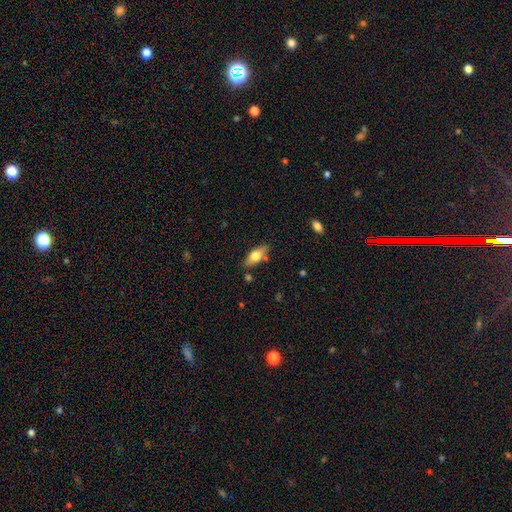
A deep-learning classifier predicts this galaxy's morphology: Smooth or featured? Predicted: smooth (p=0.63). How rounded? Predicted: in between (p=0.74). Merging? Predicted: none (p=0.78).